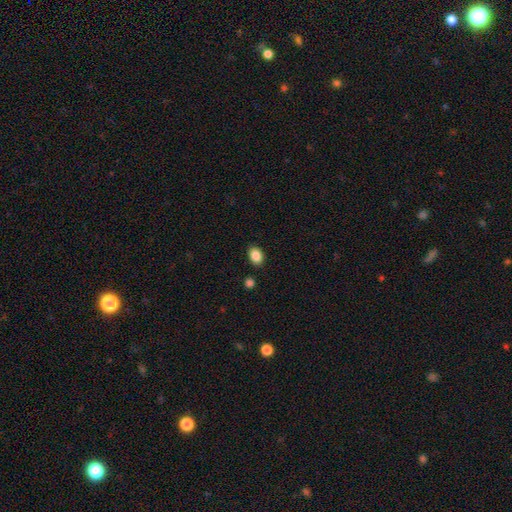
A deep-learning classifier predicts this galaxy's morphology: Smooth or featured?
  - smooth: 87% *
  - star or artifact: 8%
  - featured or disk: 4%
How rounded?
  - in between: 76% *
  - round: 23%
  - cigar-shaped: 1%
Merging?
  - none: 87% *
  - minor disturbance: 9%
  - merger: 3%
  - major disturbance: 2%